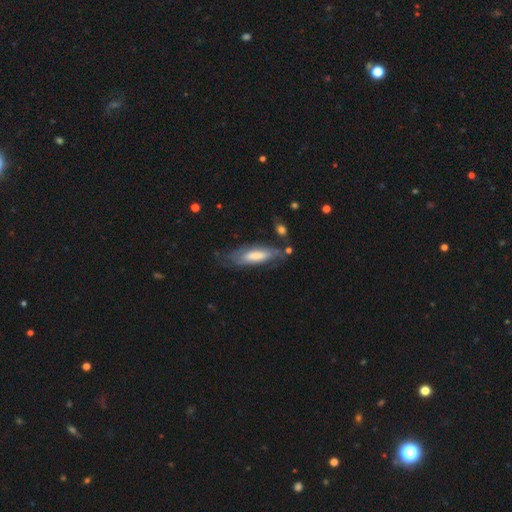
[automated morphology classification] A smooth galaxy with no disk features (51%) that is in between round and cigar-shaped (50%). Merging: none (63%).